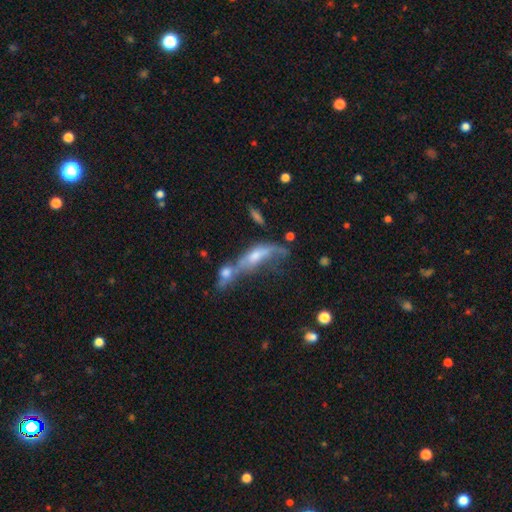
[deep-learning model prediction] Smooth or featured? Predicted: featured or disk (p=0.53). Edge-on disk? Predicted: no (p=0.64). Merging? Predicted: merger (p=0.60).